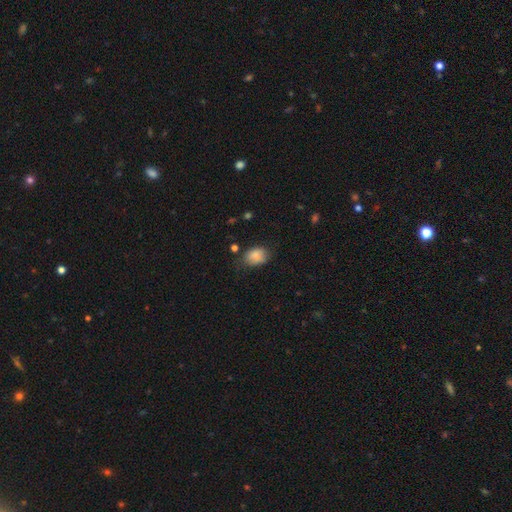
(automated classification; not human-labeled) The model was most divided on "merging": none: 61%, minor disturbance: 29%, major disturbance: 8%, merger: 2%. More confident: smooth or featured — smooth (86%); how rounded — in between (74%).